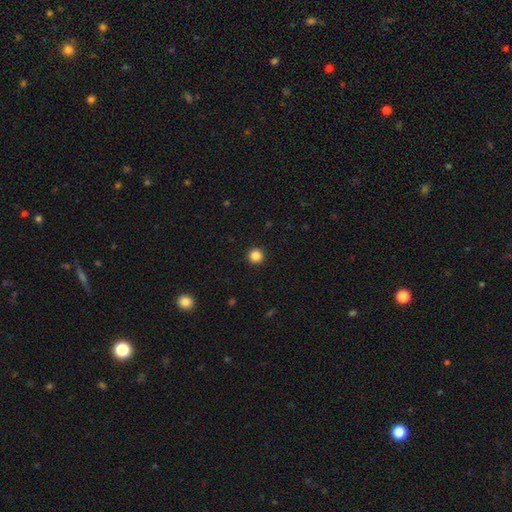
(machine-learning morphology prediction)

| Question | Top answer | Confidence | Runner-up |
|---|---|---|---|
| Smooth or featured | smooth | 86% | star or artifact (11%) |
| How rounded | round | 96% | in between (3%) |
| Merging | none | 93% | minor disturbance (4%) |